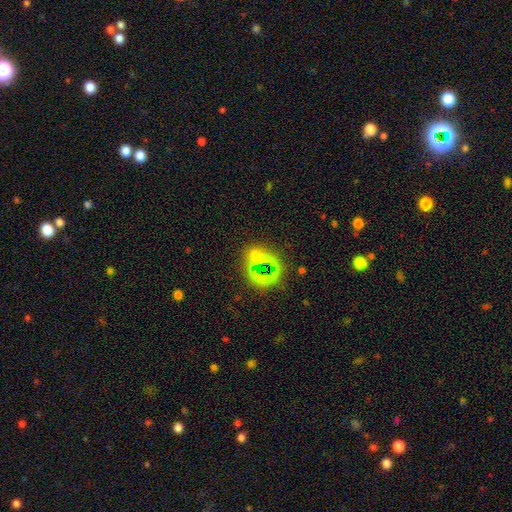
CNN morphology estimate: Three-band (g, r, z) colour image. It shows a star or artifact, not a galaxy (59%).